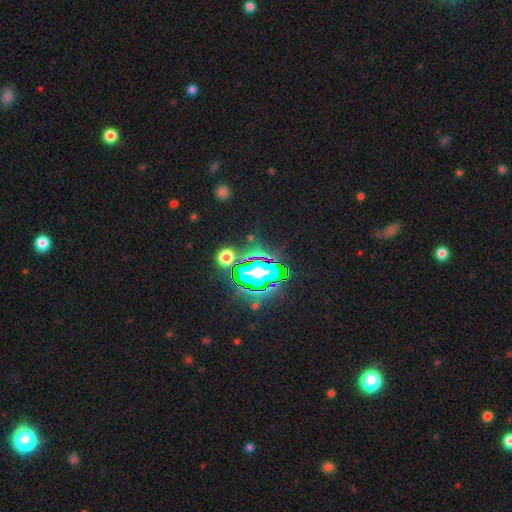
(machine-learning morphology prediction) smooth-or-featured: star or artifact: 81% | smooth: 11% | featured or disk: 7%